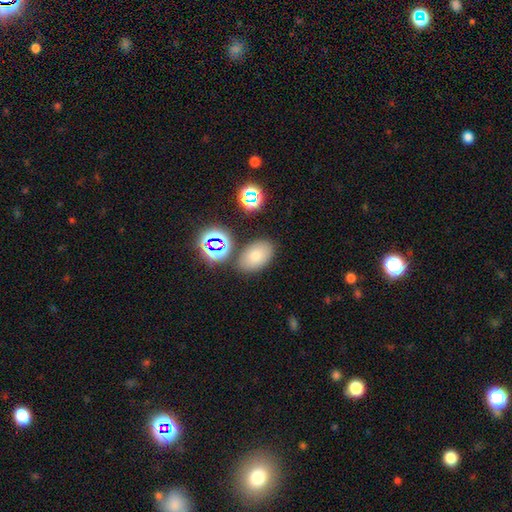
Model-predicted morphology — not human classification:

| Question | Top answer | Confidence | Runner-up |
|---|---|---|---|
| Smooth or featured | smooth | 67% | star or artifact (21%) |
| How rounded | in between | 84% | round (15%) |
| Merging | none | 81% | minor disturbance (11%) |